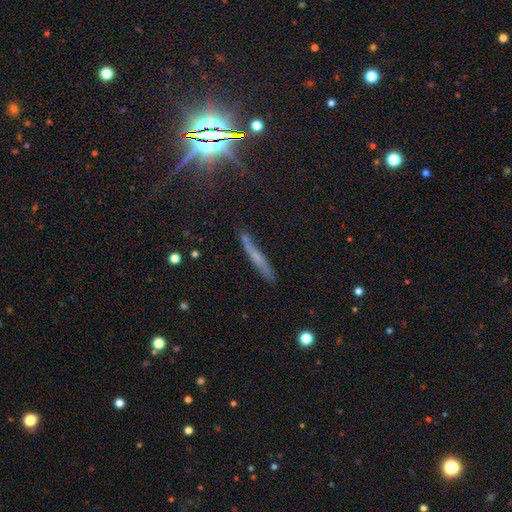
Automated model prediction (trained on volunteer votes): Q: Smooth or featured?
A: smooth (44%); runner-up: featured or disk (39%)
Q: Merging?
A: none (73%); runner-up: minor disturbance (19%)